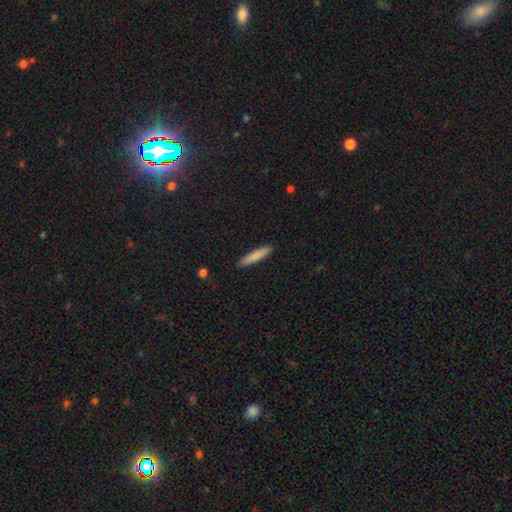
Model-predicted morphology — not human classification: The model was most divided on "smooth or featured": smooth: 81%, featured or disk: 13%, star or artifact: 6%. More confident: how rounded — cigar-shaped (91%); merging — none (90%).